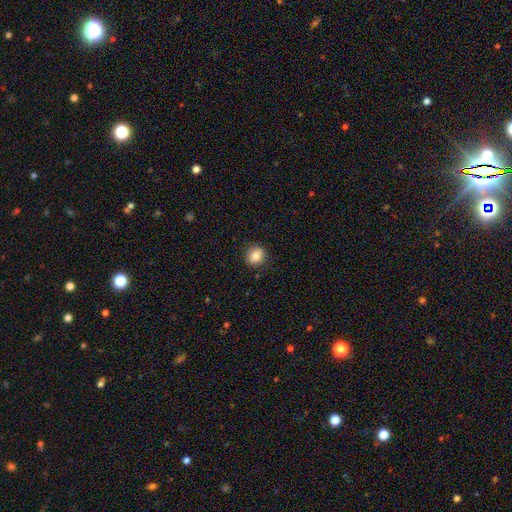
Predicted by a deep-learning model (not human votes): A smooth galaxy with no disk features (82%) that is round (68%). Merging: none (86%).